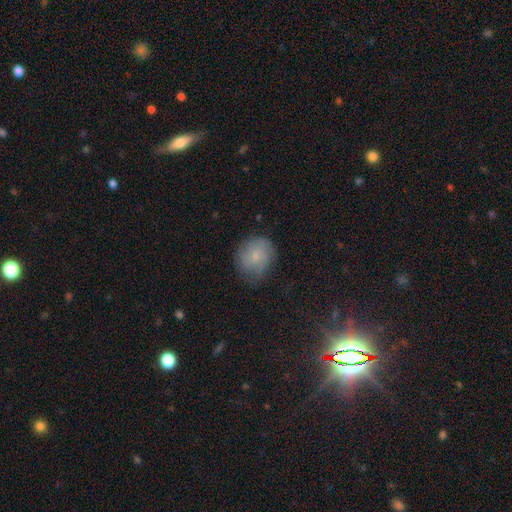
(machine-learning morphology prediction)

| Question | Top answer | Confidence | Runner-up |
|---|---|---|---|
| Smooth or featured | smooth | 61% | featured or disk (30%) |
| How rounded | round | 74% | in between (25%) |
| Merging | none | 65% | minor disturbance (26%) |